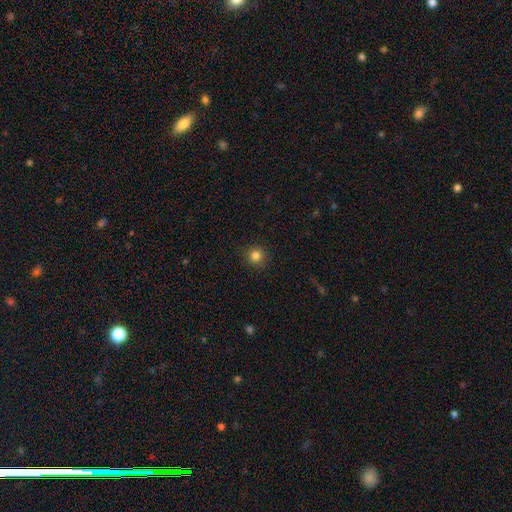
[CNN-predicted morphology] smooth 83%, star or artifact 12%, featured or disk 5%. Down the decision tree: how rounded — round (93%); merging — none (91%).